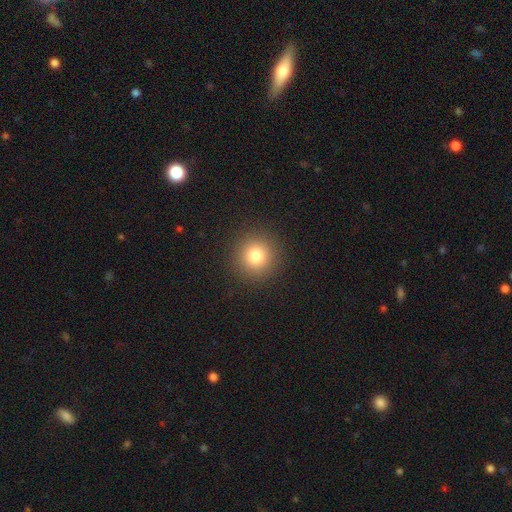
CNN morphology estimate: smooth-or-featured: smooth: 80% | star or artifact: 13% | featured or disk: 7%
  how-rounded: round: 95% | in between: 4% | cigar-shaped: 1%
  merging: none: 92% | minor disturbance: 5% | major disturbance: 2% | merger: 1%